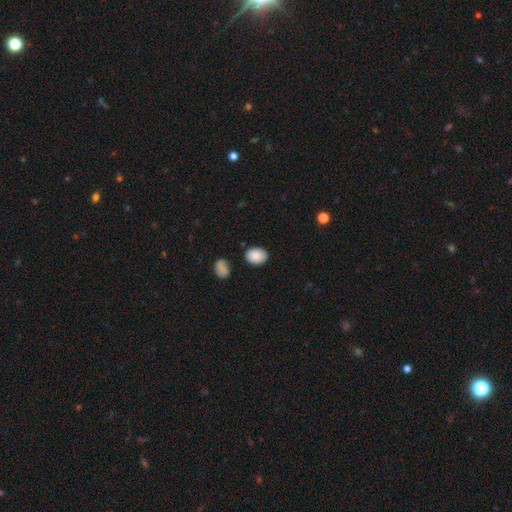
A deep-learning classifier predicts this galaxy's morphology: smooth_or_featured: smooth (p=0.88) [alt: star or artifact p=0.08]
how_rounded: in between (p=0.71) [alt: round p=0.28]
merging: none (p=0.85) [alt: minor disturbance p=0.10]